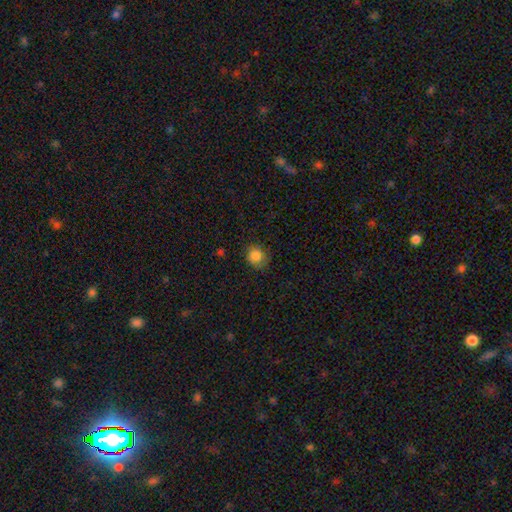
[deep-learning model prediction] The model was most divided on "merging": none: 75%, minor disturbance: 19%, major disturbance: 5%, merger: 1%. More confident: smooth or featured — smooth (83%); how rounded — round (81%).